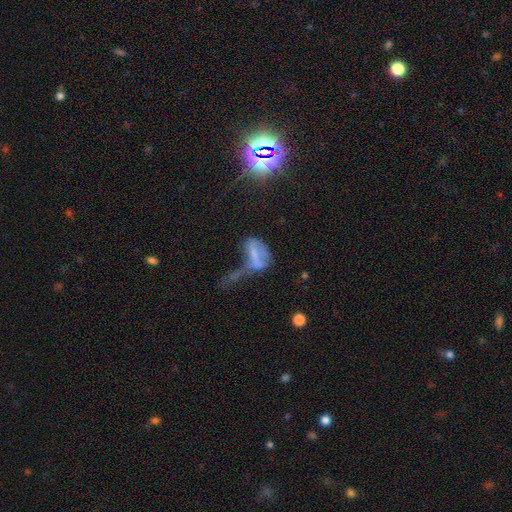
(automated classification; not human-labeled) Smooth or featured?
  - smooth: 48% *
  - featured or disk: 37%
  - star or artifact: 15%
Merging?
  - major disturbance: 52% *
  - merger: 22%
  - minor disturbance: 13%
  - none: 13%